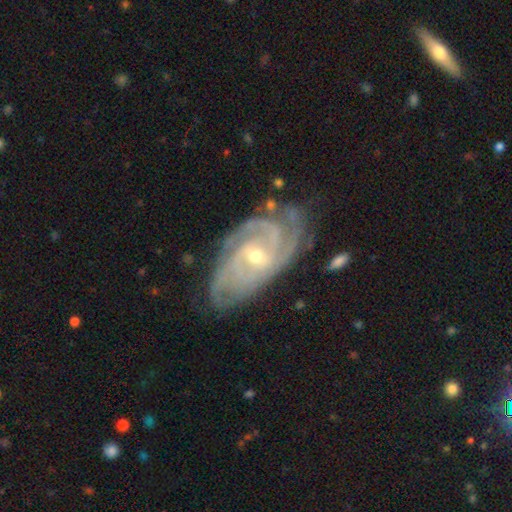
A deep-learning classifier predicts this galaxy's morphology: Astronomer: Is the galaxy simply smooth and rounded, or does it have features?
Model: featured or disk — 91%.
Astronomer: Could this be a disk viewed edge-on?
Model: no — 96%.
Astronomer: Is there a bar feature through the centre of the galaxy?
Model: no — 52% (runner-up: weak, 36%).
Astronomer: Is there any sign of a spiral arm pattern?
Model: yes — 98%.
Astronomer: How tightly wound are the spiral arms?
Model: tight — 72%.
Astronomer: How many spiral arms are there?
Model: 3 — 29%, tied with 4 at 29%.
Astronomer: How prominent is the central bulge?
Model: small — 60% (runner-up: moderate, 37%).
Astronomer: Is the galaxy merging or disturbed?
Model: none — 74%.